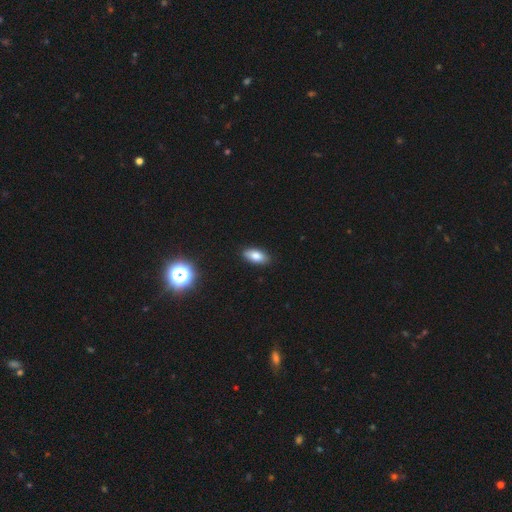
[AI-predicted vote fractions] Morphology: type=smooth (80%); roundness=in between (87%); merging=none (87%).